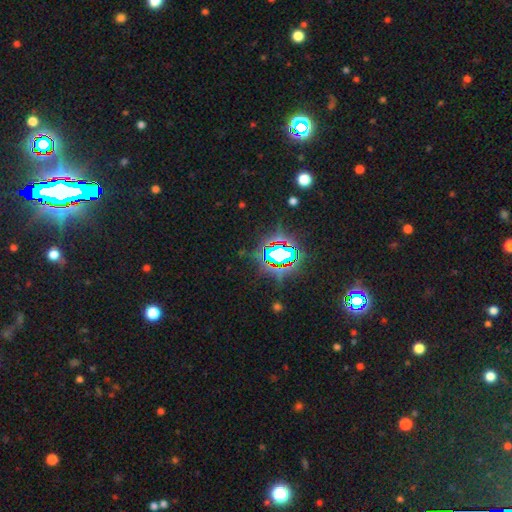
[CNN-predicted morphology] A star or artifact, not a galaxy (82%).

Vote fractions:
- Smooth or featured? star or artifact: 82% / smooth: 11% / featured or disk: 7%